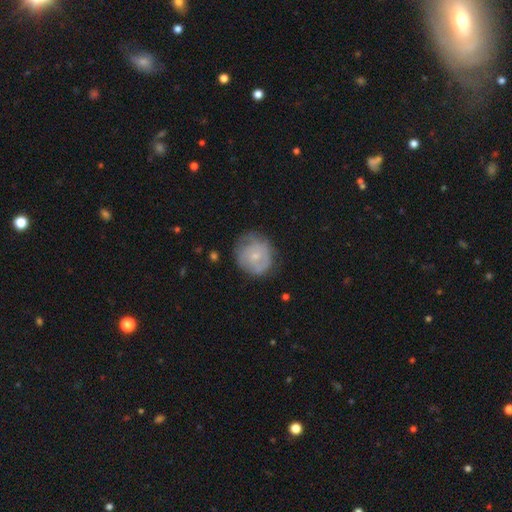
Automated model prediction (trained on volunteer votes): This appears to be a featured or disk galaxy (48%). Merging: none (64%).